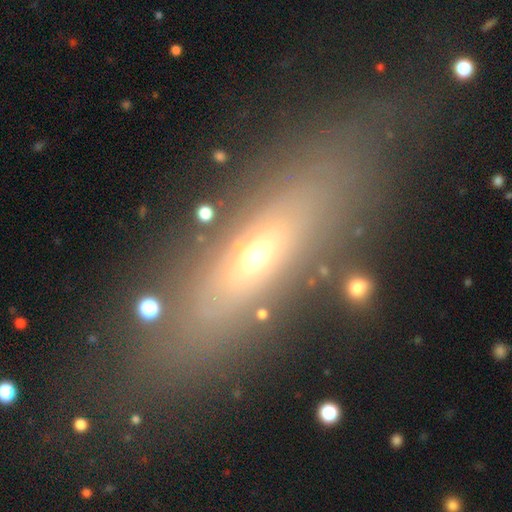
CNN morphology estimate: Smooth or featured?
  - featured or disk: 43% * (tied)
  - smooth: 43% * (tied)
  - star or artifact: 14%
Merging?
  - none: 76% *
  - minor disturbance: 12%
  - major disturbance: 8%
  - merger: 4%